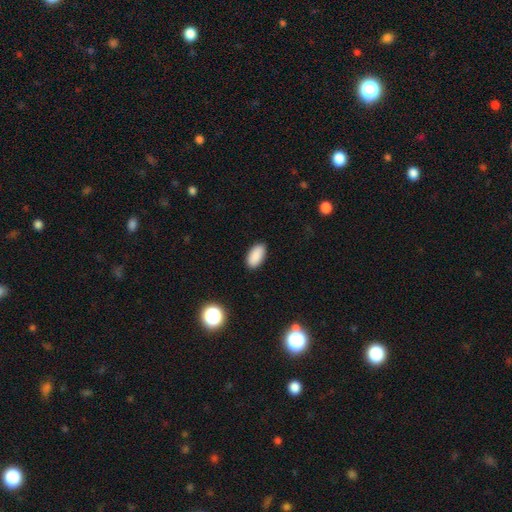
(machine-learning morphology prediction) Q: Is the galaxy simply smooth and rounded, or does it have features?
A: smooth — 89%.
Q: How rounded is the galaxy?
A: in between — 94%.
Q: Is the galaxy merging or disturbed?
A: none — 89%.